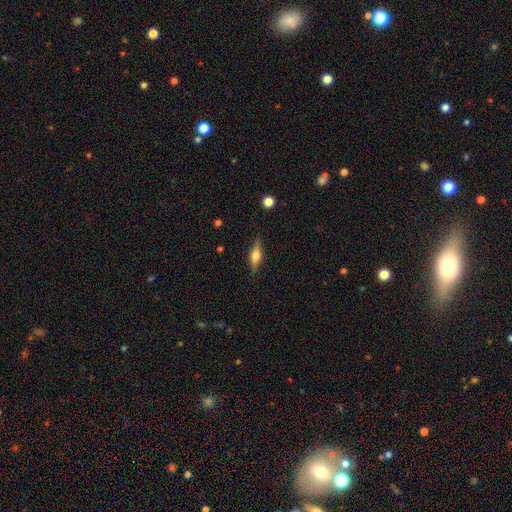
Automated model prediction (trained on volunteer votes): Q: Smooth or featured?
A: featured or disk (54%); runner-up: smooth (39%)
Q: Edge-on disk?
A: yes (93%); runner-up: no (7%)
Q: Edge-on bulge?
A: rounded (91%); runner-up: boxy (7%)
Q: Merging?
A: none (84%); runner-up: minor disturbance (12%)